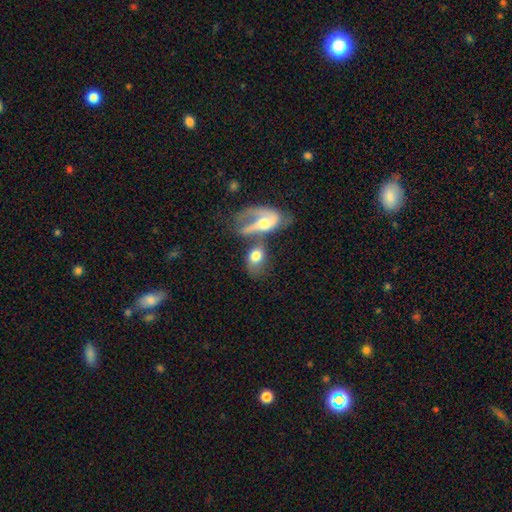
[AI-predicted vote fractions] Smooth or featured?
  - smooth: 58% *
  - featured or disk: 35%
  - star or artifact: 8%
How rounded?
  - in between: 79% *
  - round: 18%
  - cigar-shaped: 3%
Merging?
  - merger: 60% *
  - none: 17%
  - major disturbance: 13%
  - minor disturbance: 10%